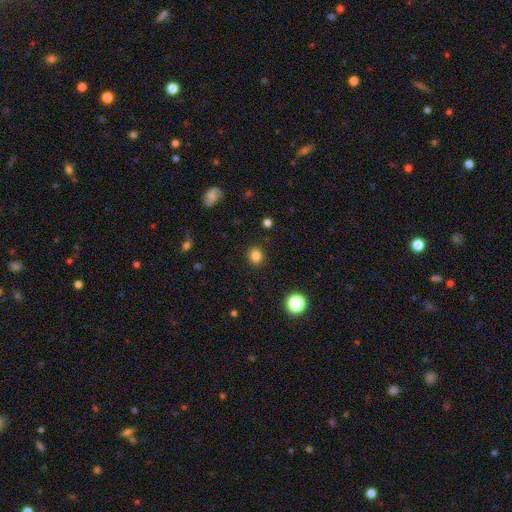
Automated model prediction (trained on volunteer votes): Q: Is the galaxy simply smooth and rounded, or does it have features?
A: smooth — 82%.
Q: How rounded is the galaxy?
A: round — 78%.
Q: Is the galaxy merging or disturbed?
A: none — 90%.